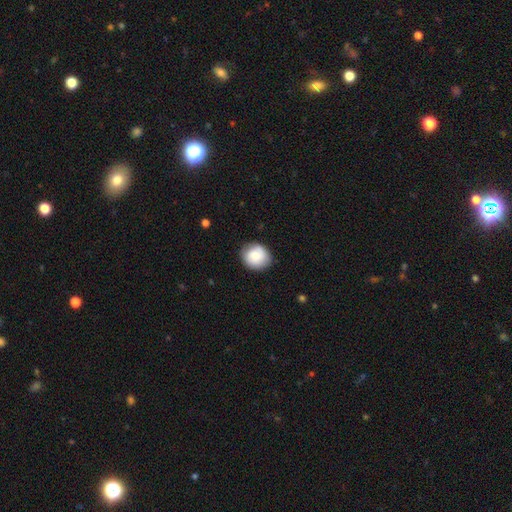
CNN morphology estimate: A smooth galaxy with no disk features (80%) that is round (79%).

Vote fractions:
- Smooth or featured? smooth: 80% / featured or disk: 13% / star or artifact: 7%
- How rounded? round: 79% / in between: 20% / cigar-shaped: 1%
- Merging? none: 81% / minor disturbance: 15% / major disturbance: 3% / merger: 1%